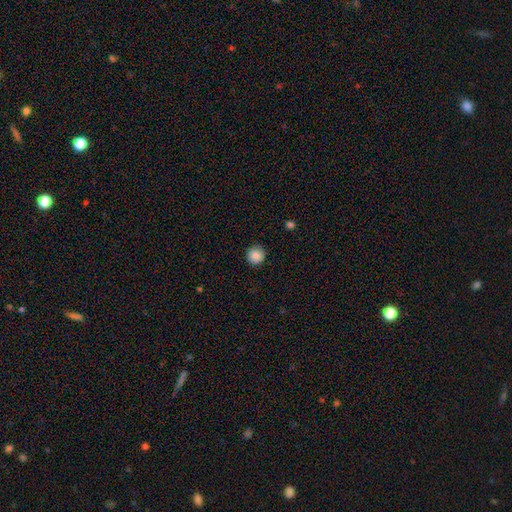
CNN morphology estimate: Q: Smooth or featured?
A: smooth (88%); runner-up: star or artifact (9%)
Q: How rounded?
A: round (94%); runner-up: in between (5%)
Q: Merging?
A: none (90%); runner-up: minor disturbance (7%)